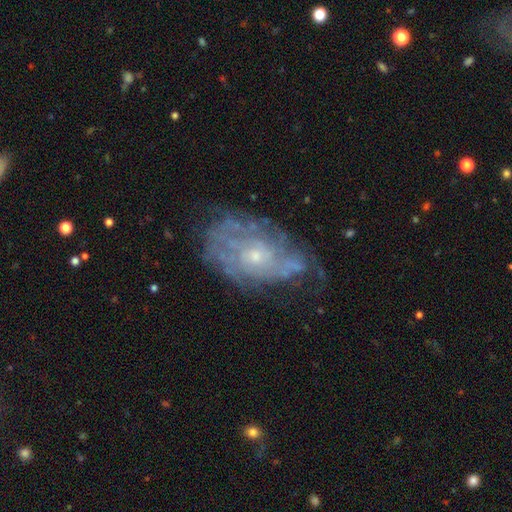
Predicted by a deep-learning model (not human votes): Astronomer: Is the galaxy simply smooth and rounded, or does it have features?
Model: featured or disk — 73%.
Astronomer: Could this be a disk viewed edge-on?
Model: no — 95%.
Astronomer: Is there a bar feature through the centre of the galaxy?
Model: no — 81%.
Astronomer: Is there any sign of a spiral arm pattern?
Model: yes — 70%.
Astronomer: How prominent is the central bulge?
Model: small — 74%.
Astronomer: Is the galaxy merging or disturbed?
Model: none — 52% (runner-up: minor disturbance, 29%).